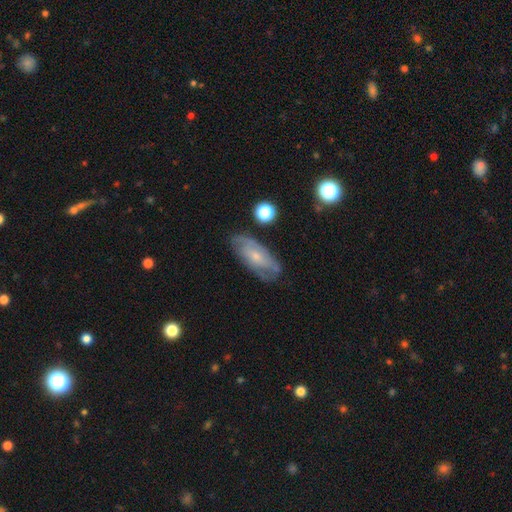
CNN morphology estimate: A featured or disk galaxy (62%) with no bar (63%), spiral arms (78%) and a small central bulge (64%).

Vote fractions:
- Smooth or featured? featured or disk: 62% / smooth: 30% / star or artifact: 8%
- Edge-on disk? no: 87% / yes: 13%
- Bar? no: 63% / weak: 30% / strong: 7%
- Spiral arms? yes: 78% / no: 22%
- Bulge size? small: 64% / moderate: 28% / none: 5% / large: 2% / dominant: 1%
- Merging? none: 74% / minor disturbance: 18% / major disturbance: 6% / merger: 2%